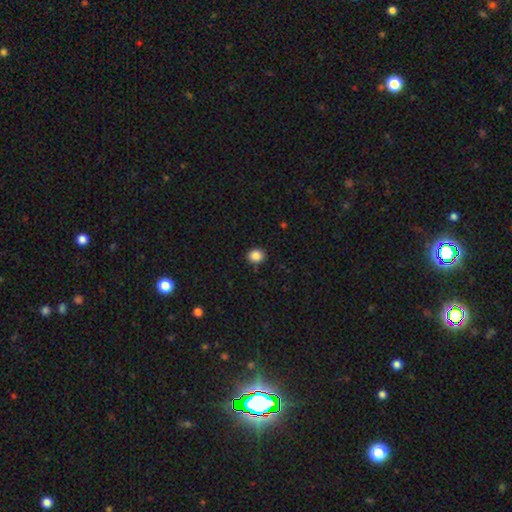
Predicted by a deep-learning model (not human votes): A smooth galaxy with no disk features (87%) that is round (75%). Merging: none (88%).